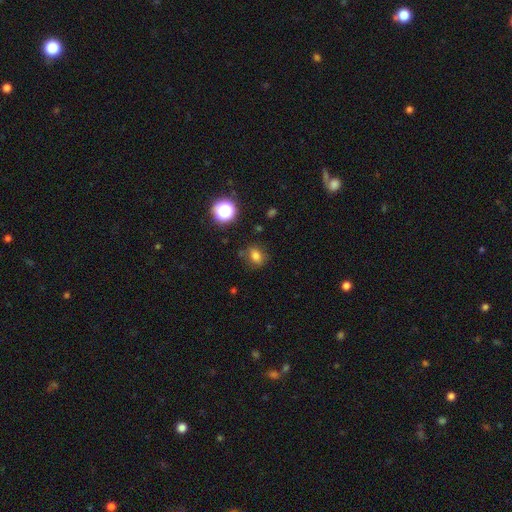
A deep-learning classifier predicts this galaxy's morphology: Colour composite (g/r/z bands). It shows a smooth galaxy with no disk features (76%) that is in between round and cigar-shaped (57%). Merging: none (78%).